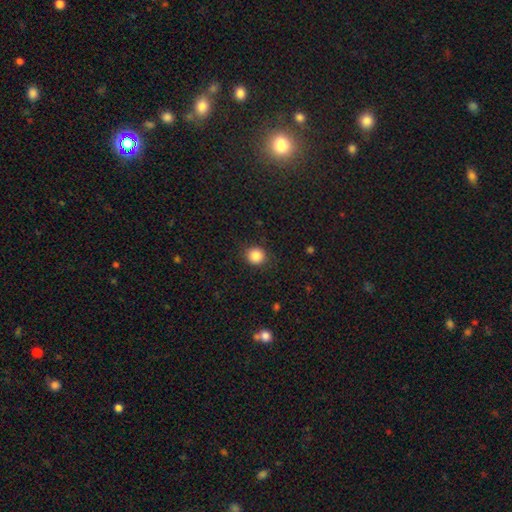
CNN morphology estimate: A smooth galaxy with no disk features (86%) that is round (86%). Merging: none (88%).